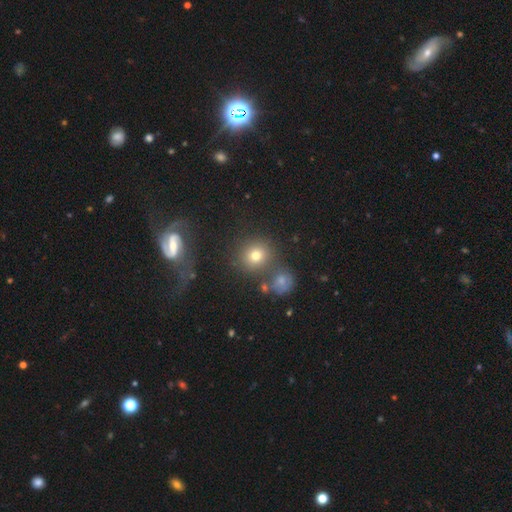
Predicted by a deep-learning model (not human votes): smooth-or-featured: smooth: 73% | star or artifact: 17% | featured or disk: 10%
  how-rounded: round: 86% | in between: 12% | cigar-shaped: 1%
  merging: none: 71% | merger: 15% | minor disturbance: 10% | major disturbance: 5%